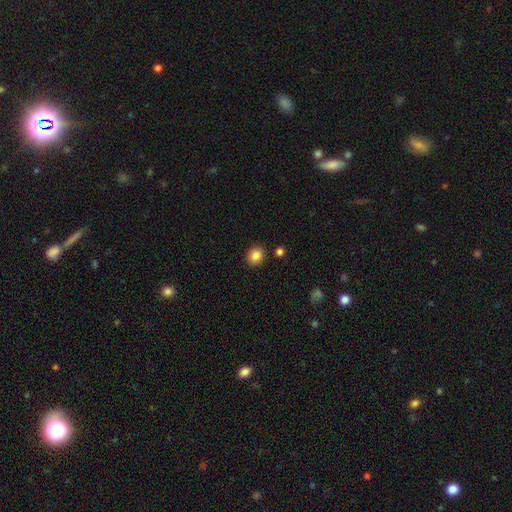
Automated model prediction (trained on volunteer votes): This appears to be a smooth galaxy with no disk features (85%) that is round (76%). Merging: none (88%).